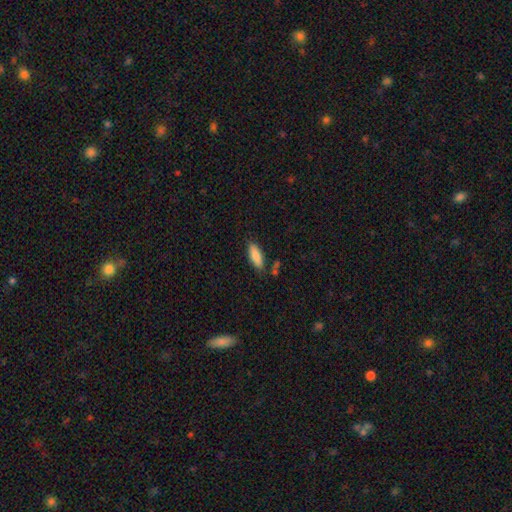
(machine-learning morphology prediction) A smooth galaxy with no disk features (86%) that is in between round and cigar-shaped (65%). Merging: none (79%).